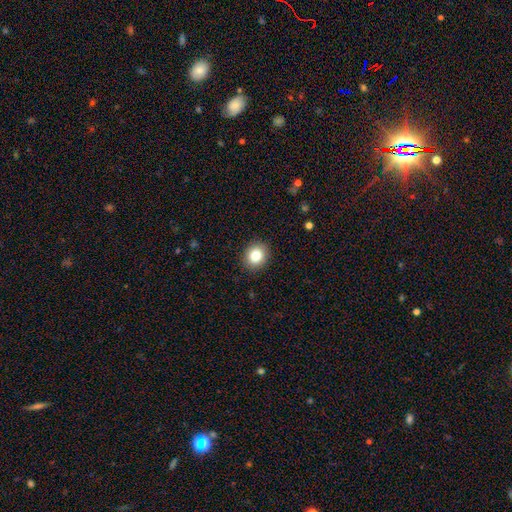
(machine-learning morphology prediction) smooth 82%, star or artifact 10%, featured or disk 8%. Down the decision tree: how rounded — round (74%); merging — none (90%).